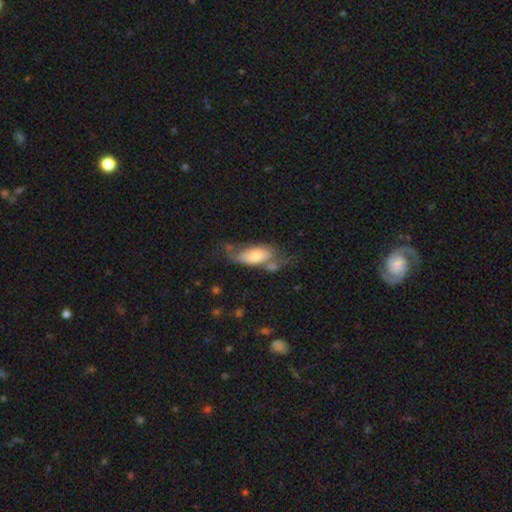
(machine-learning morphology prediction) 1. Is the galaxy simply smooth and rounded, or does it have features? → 62% smooth, 31% featured or disk, 7% star or artifact.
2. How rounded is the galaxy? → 84% in between, 13% cigar-shaped, 3% round.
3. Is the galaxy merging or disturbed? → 37% none, 27% minor disturbance, 18% major disturbance, 17% merger.